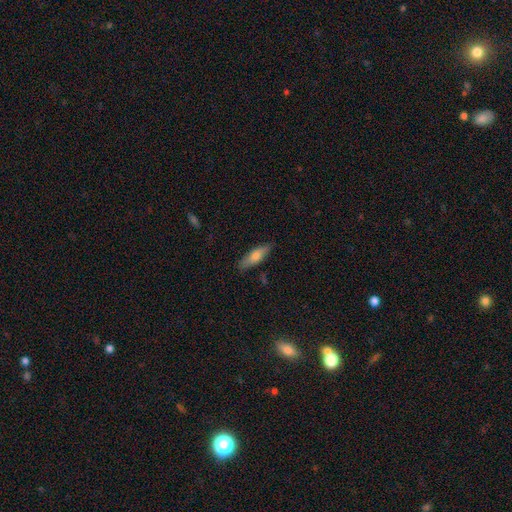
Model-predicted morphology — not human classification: Smooth or featured? smooth (66%)
How rounded? cigar-shaped (53%)
Merging? none (82%)